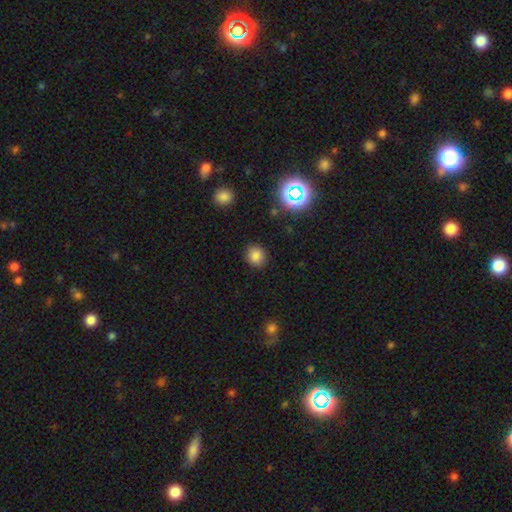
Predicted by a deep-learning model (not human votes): Overall: smooth (79%). How rounded: round (80%). Merging: none (88%).